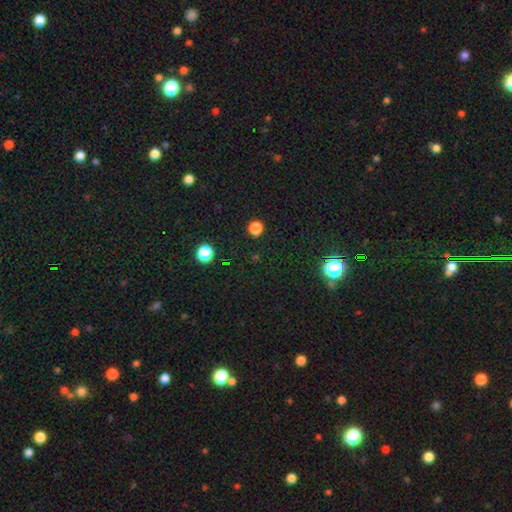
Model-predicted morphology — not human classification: Overall: star or artifact (67%).